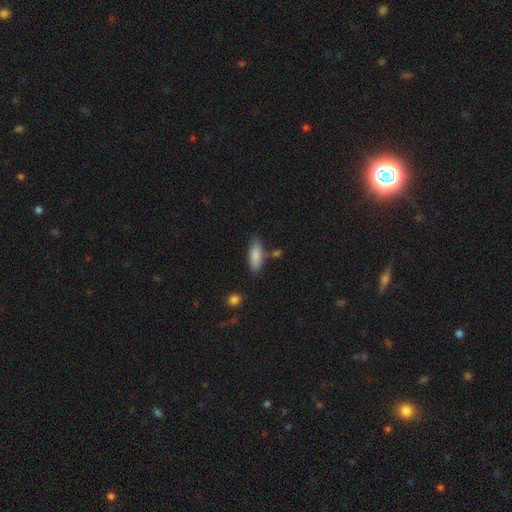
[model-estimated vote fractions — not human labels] Smooth or featured? Predicted: smooth (p=0.84). How rounded? Predicted: in between (p=0.71). Merging? Predicted: none (p=0.70).